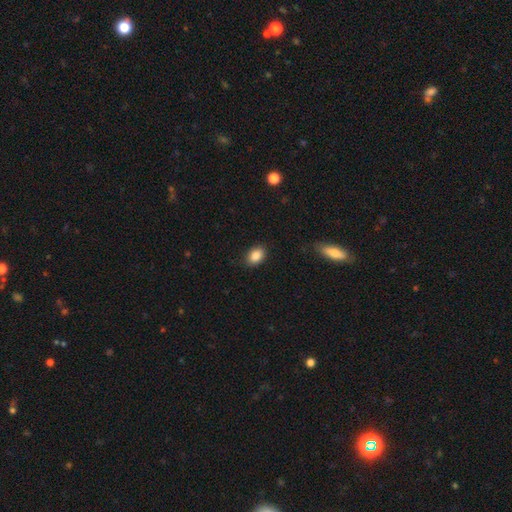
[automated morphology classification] The model was most divided on "how rounded": in between: 78%, round: 21%, cigar-shaped: 1%. More confident: smooth or featured — smooth (87%); merging — none (85%).